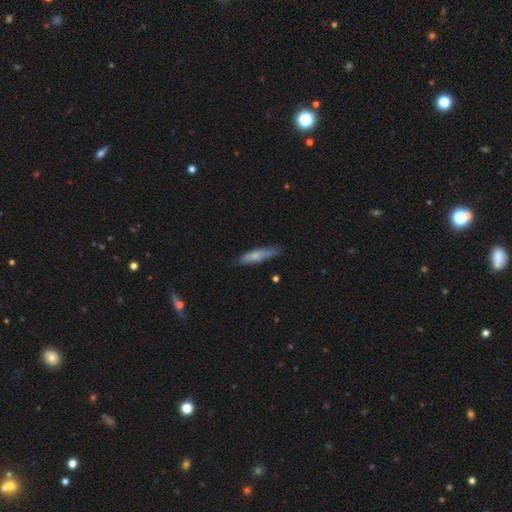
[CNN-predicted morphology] Q: Smooth or featured?
A: smooth (64%); runner-up: featured or disk (30%)
Q: How rounded?
A: cigar-shaped (86%); runner-up: in between (12%)
Q: Merging?
A: none (79%); runner-up: minor disturbance (17%)